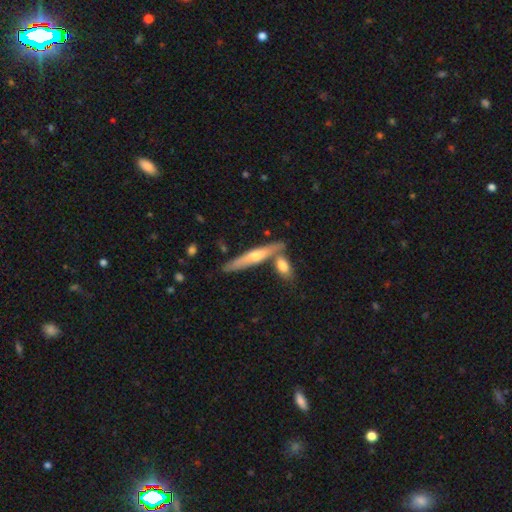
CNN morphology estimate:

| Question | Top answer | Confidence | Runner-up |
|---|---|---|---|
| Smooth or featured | featured or disk | 54% | smooth (40%) |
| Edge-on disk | yes | 90% | no (10%) |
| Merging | none | 69% | merger (18%) |